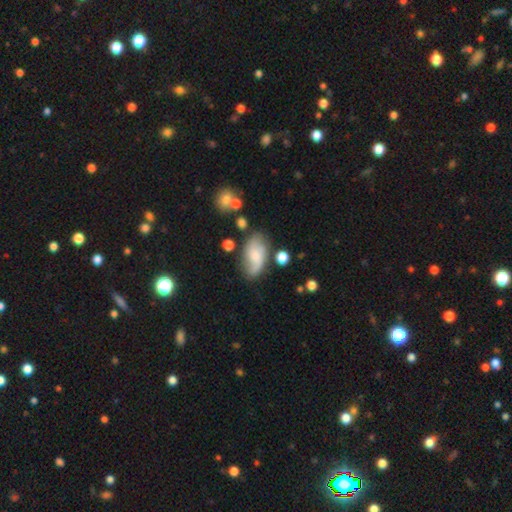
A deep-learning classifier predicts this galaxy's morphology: Q: Smooth or featured?
A: featured or disk (51%); runner-up: smooth (41%)
Q: Edge-on disk?
A: no (94%); runner-up: yes (6%)
Q: Merging?
A: none (64%); runner-up: minor disturbance (22%)